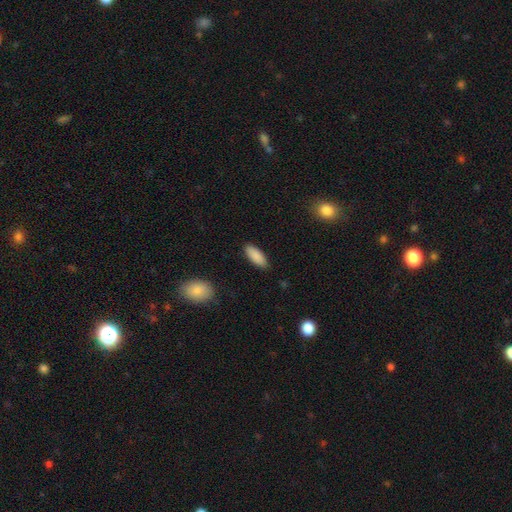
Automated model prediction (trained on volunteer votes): Smooth or featured: smooth — 89% (star or artifact — 6%)
How rounded: in between — 76% (cigar-shaped — 22%)
Merging: none — 87% (minor disturbance — 9%)